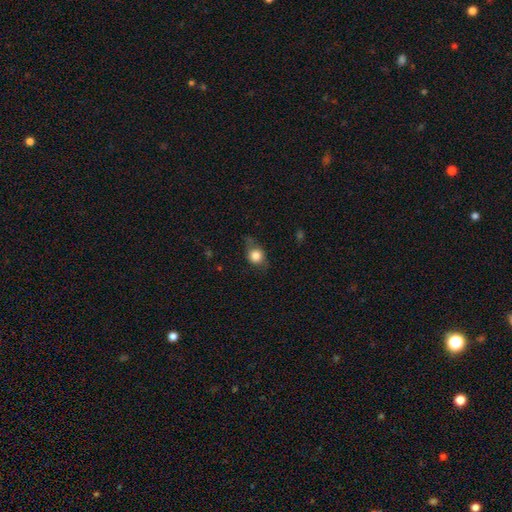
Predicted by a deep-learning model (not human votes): Smooth or featured?
  - smooth: 78% *
  - featured or disk: 12%
  - star or artifact: 9%
How rounded?
  - round: 69% *
  - in between: 29%
  - cigar-shaped: 2%
Merging?
  - none: 62% *
  - minor disturbance: 27%
  - major disturbance: 9%
  - merger: 2%